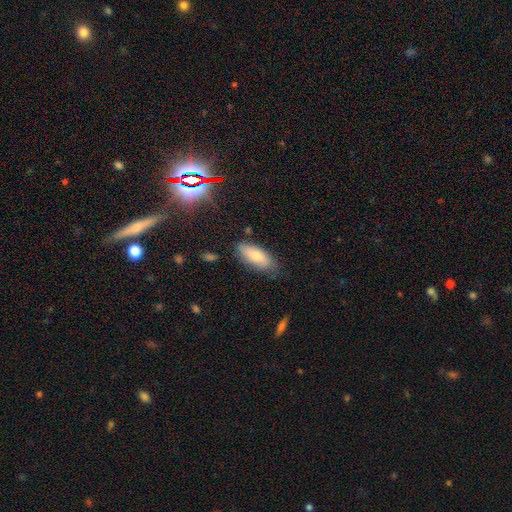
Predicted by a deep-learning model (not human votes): Smooth or featured? smooth (79%)
How rounded? in between (83%)
Merging? none (73%)